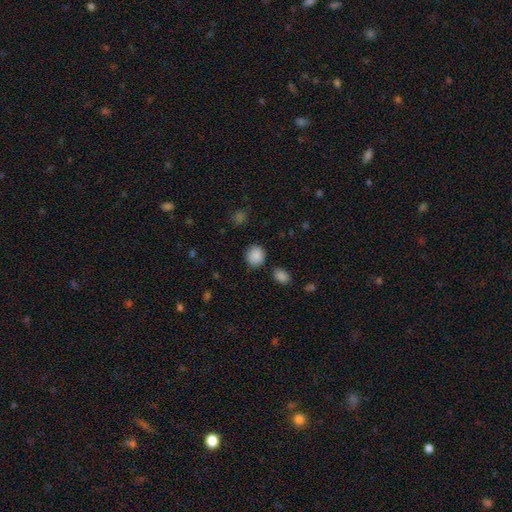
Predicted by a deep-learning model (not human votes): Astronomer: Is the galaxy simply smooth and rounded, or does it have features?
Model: smooth — 87%.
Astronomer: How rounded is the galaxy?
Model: round — 82%.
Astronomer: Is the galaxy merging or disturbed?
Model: none — 83%.